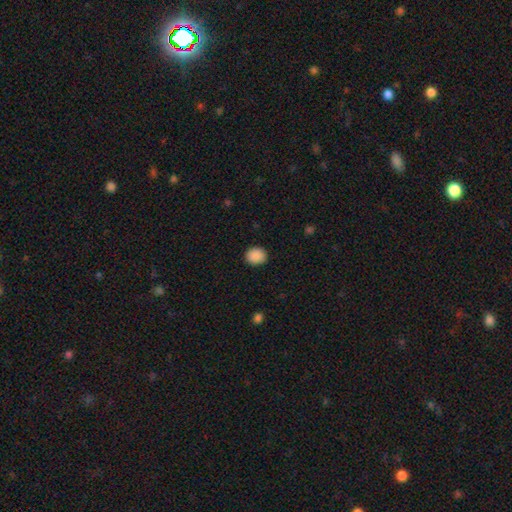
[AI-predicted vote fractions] This is clearly a smooth galaxy (89%). How rounded: likely round (73%). Merging: clearly none (90%).